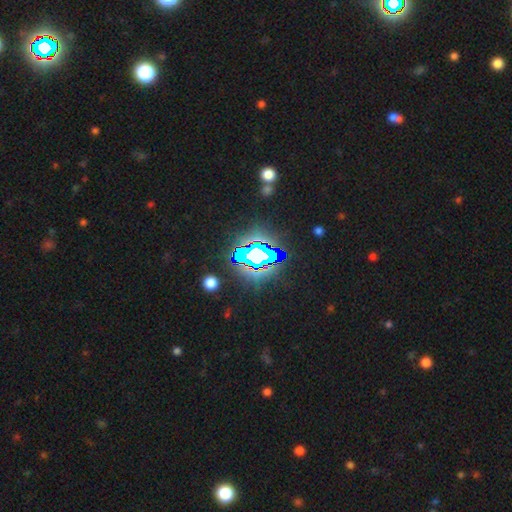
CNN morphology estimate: A star or artifact, not a galaxy (72%).